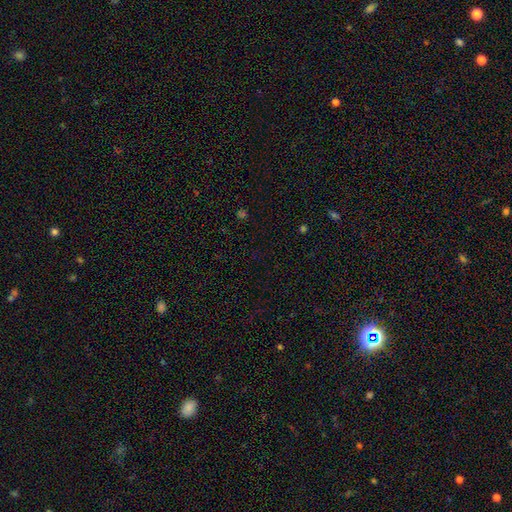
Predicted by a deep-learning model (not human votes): Overall: star or artifact (65%; smooth 27%).